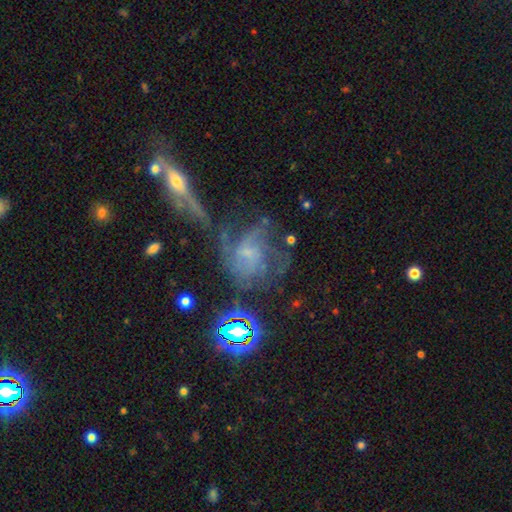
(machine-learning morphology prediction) This is possibly a featured or disk galaxy (60%). It is clearly not viewed edge-on (95%). Bar: likely no (65%). Spiral arm pattern: likely yes (71%). Central bulge: marginally small (42%). Merging: marginally major disturbance (32%, tied with none).